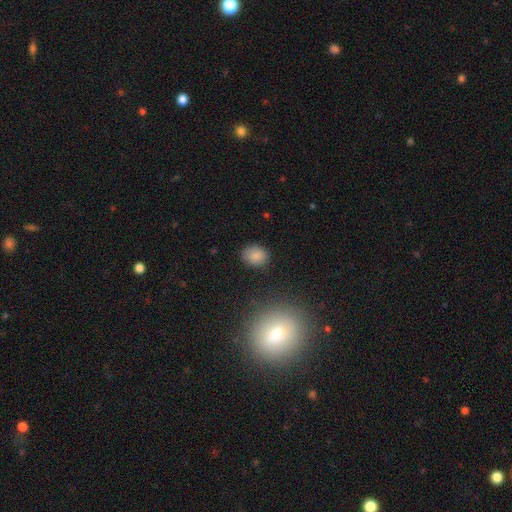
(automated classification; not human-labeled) Morphology: type=smooth (83%); roundness=in between (51%); merging=none (85%).